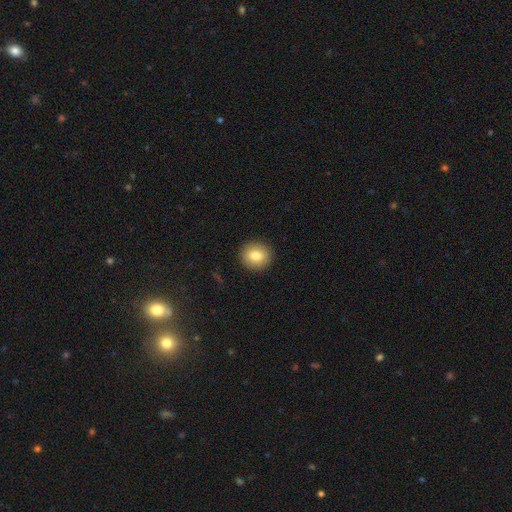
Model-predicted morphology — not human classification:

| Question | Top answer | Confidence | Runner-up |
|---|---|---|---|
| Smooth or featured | smooth | 80% | featured or disk (11%) |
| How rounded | round | 83% | in between (16%) |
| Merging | none | 91% | minor disturbance (6%) |